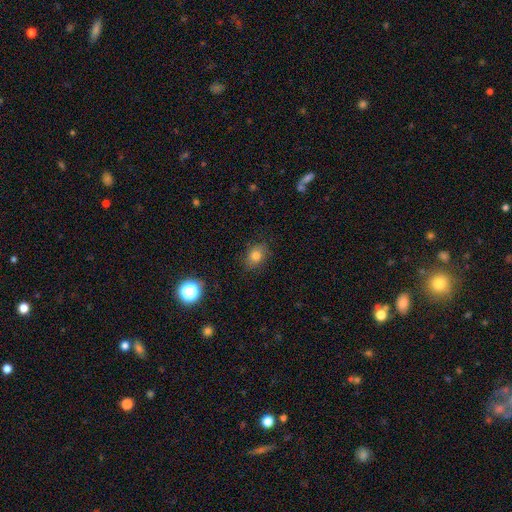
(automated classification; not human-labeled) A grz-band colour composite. It shows a smooth galaxy with no disk features (78%) that is in between round and cigar-shaped (62%). Merging: none (82%).